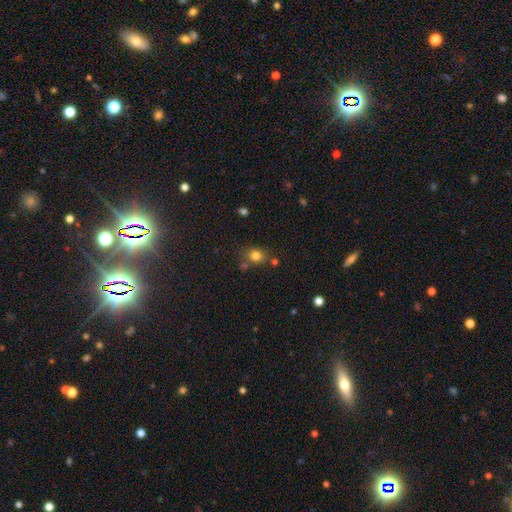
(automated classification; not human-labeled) smooth_or_featured: smooth (p=0.79) [alt: star or artifact p=0.14]
how_rounded: round (p=0.69) [alt: in between p=0.30]
merging: none (p=0.69) [alt: minor disturbance p=0.13]